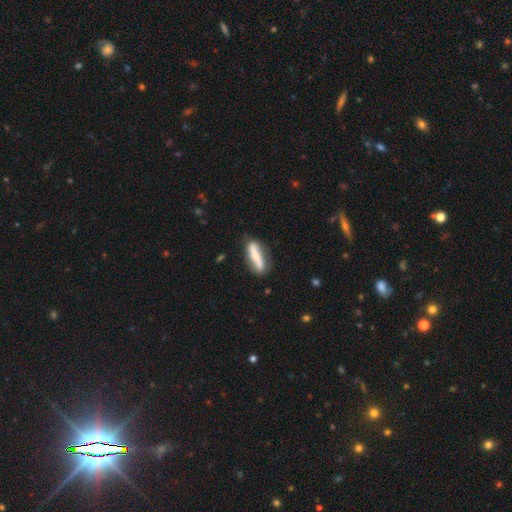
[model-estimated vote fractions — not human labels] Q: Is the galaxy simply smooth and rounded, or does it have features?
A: smooth — 61%.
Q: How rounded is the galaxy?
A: cigar-shaped — 72%.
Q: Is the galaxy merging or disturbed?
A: none — 74%.